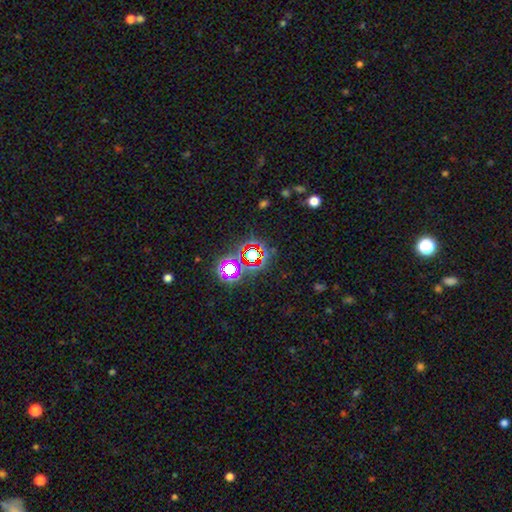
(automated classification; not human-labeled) Smooth or featured? Predicted: star or artifact (p=0.75).